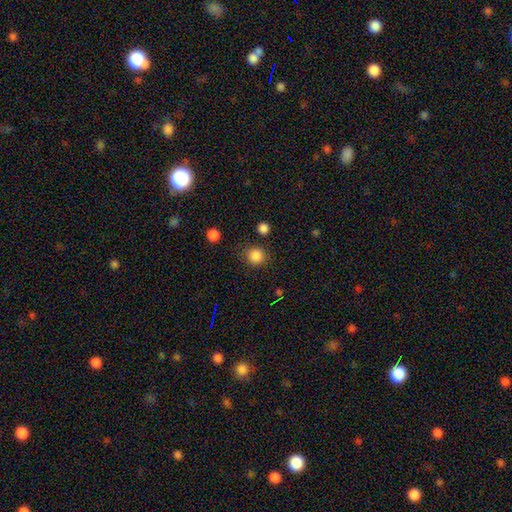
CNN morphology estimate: type=smooth (85%); roundness=round (89%); merging=none (82%).